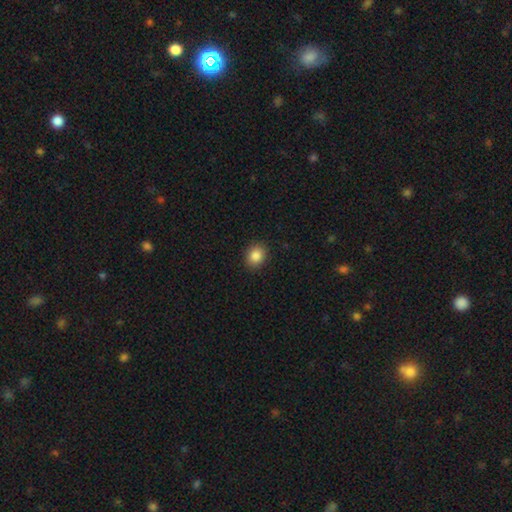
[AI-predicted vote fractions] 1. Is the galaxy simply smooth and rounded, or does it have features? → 87% smooth, 9% star or artifact, 4% featured or disk.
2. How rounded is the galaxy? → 58% round, 41% in between, 1% cigar-shaped.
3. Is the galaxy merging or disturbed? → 90% none, 7% minor disturbance, 2% major disturbance, 1% merger.